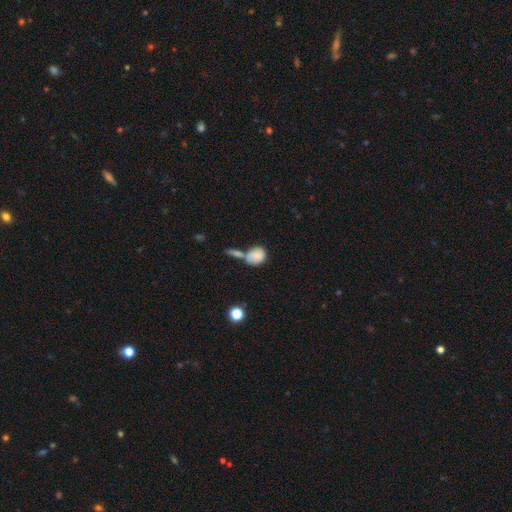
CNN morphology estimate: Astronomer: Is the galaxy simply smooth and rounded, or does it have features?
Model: smooth — 80%.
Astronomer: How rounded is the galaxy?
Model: round — 59% (runner-up: in between, 39%).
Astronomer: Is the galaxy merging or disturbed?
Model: merger — 46% (runner-up: none, 33%).